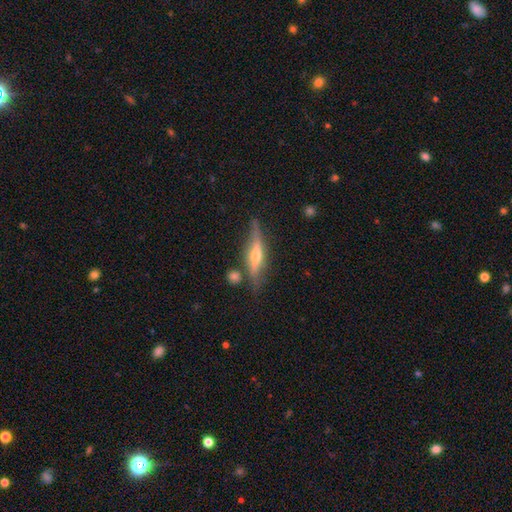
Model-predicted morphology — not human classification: smooth_or_featured: featured or disk (p=0.73) [alt: smooth p=0.20]
disk_edge_on: yes (p=0.94) [alt: no p=0.06]
edge_on_bulge: rounded (p=0.86) [alt: none p=0.07]
merging: none (p=0.75) [alt: minor disturbance p=0.16]